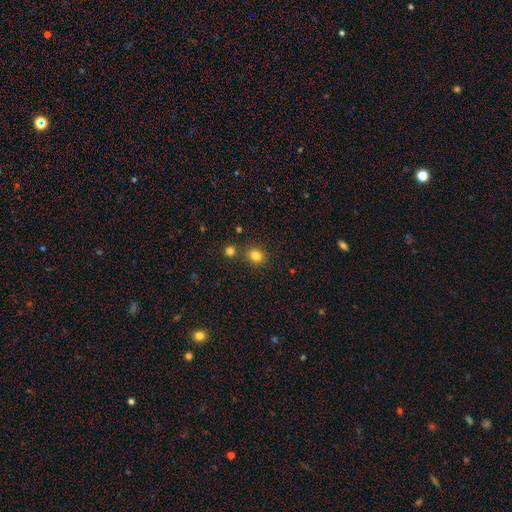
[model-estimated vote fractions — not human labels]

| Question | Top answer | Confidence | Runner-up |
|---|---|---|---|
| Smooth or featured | smooth | 82% | star or artifact (13%) |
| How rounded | round | 68% | in between (31%) |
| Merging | none | 78% | merger (10%) |